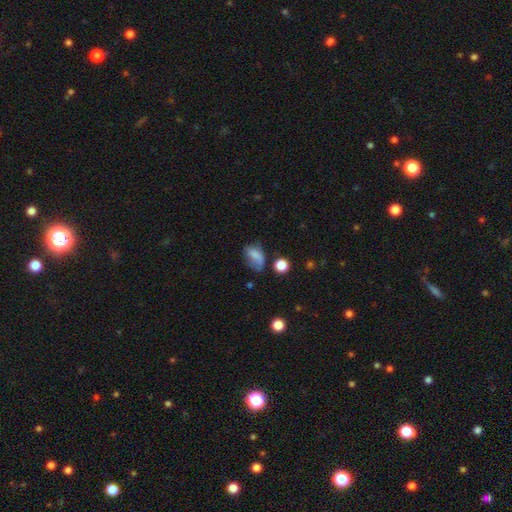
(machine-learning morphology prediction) Overall: smooth (71%). How rounded: in between (84%). Merging: none (34%; minor disturbance 33%).